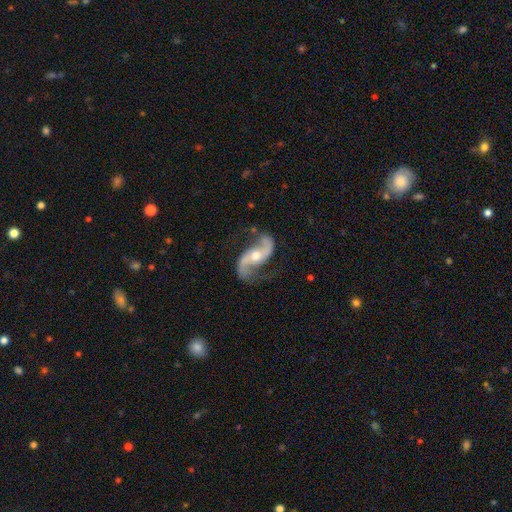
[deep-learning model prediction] This is clearly a featured or disk galaxy (91%). It is clearly not viewed edge-on (96%). Bar: possibly no (48%). Spiral arm pattern: clearly yes (97%). Spiral arm count: clearly 2 (94%). Spiral winding: likely loose (66%). Central bulge: likely moderate (67%). Merging: likely none (76%).